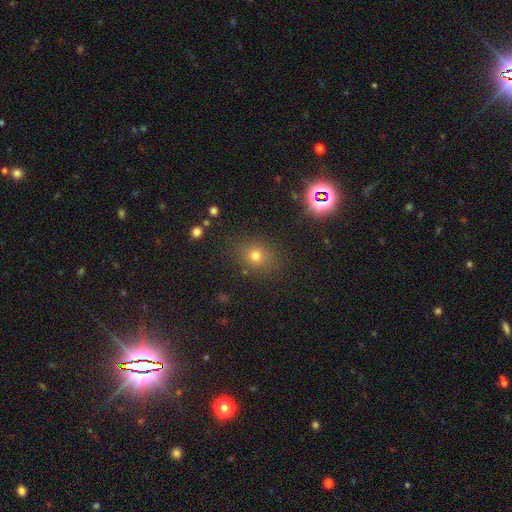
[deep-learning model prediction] The model was most divided on "how rounded": round: 71%, in between: 27%, cigar-shaped: 1%. More confident: merging — none (83%); smooth or featured — smooth (71%).